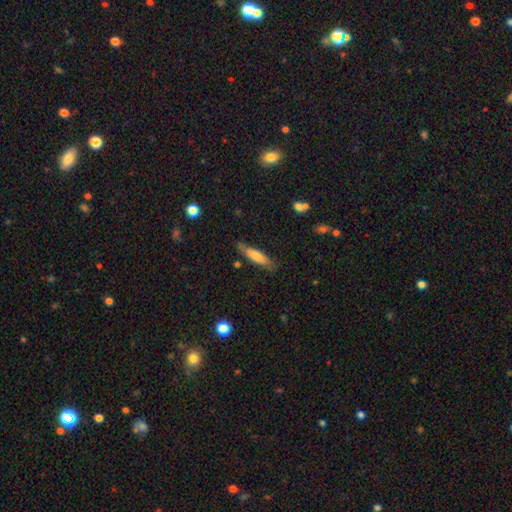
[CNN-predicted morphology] This is likely a smooth galaxy (68%). How rounded: likely cigar-shaped (73%). Merging: likely none (80%).